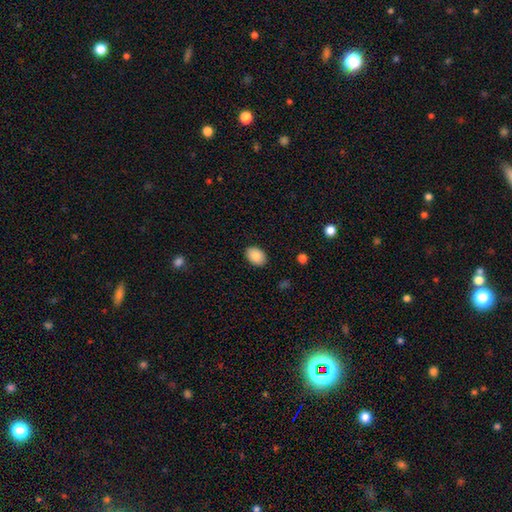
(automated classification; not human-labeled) smooth-or-featured: smooth: 87% | star or artifact: 7% | featured or disk: 5%
  how-rounded: in between: 83% | round: 16% | cigar-shaped: 1%
  merging: none: 88% | minor disturbance: 9% | major disturbance: 2% | merger: 1%